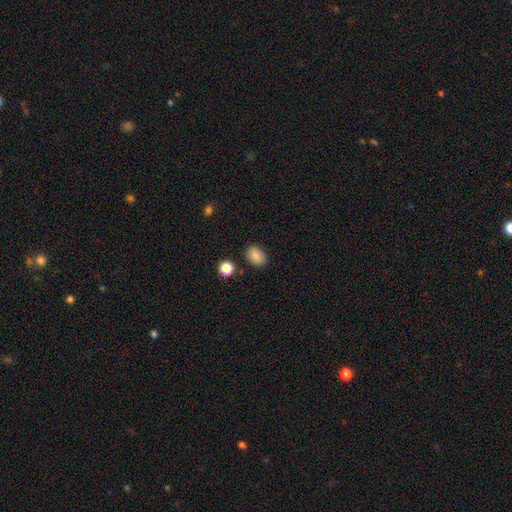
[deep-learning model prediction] smooth-or-featured: smooth: 85% | star or artifact: 9% | featured or disk: 6%
  how-rounded: in between: 74% | round: 24% | cigar-shaped: 1%
  merging: none: 84% | minor disturbance: 10% | merger: 3% | major disturbance: 3%